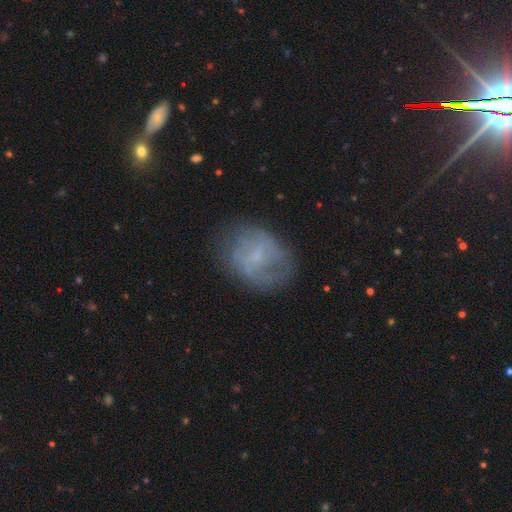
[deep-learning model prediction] A featured or disk galaxy (51%). Merging: none (66%).